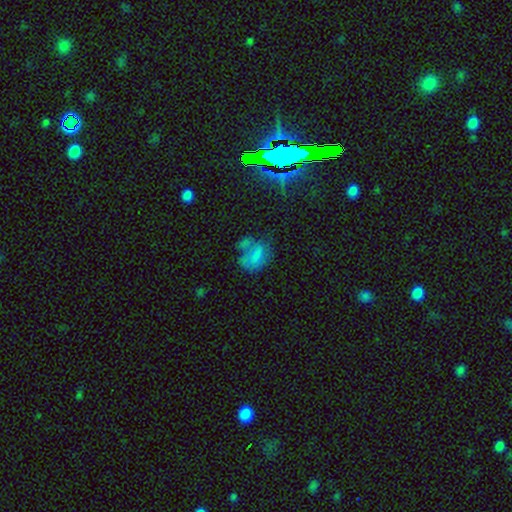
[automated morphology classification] Smooth or featured?
  - smooth: 62% *
  - featured or disk: 21%
  - star or artifact: 17%
How rounded?
  - in between: 56% *
  - round: 41%
  - cigar-shaped: 2%
Merging?
  - none: 37% *
  - minor disturbance: 22%
  - major disturbance: 21%
  - merger: 20%